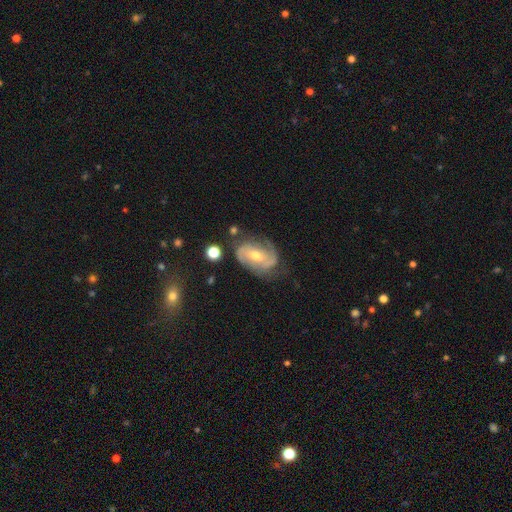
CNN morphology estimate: Q: Smooth or featured?
A: featured or disk (83%); runner-up: smooth (11%)
Q: Edge-on disk?
A: no (97%); runner-up: yes (3%)
Q: Bar?
A: weak (42%); runner-up: no (40%)
Q: Spiral arms?
A: yes (94%); runner-up: no (6%)
Q: Spiral winding?
A: medium (45%); runner-up: tight (34%)
Q: Spiral arm count?
A: 2 (67%); runner-up: can't tell (13%)
Q: Bulge size?
A: moderate (62%); runner-up: small (34%)
Q: Merging?
A: none (64%); runner-up: minor disturbance (23%)